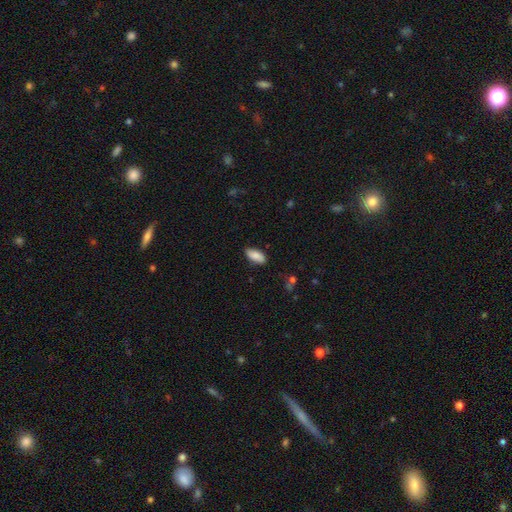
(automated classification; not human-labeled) The model was most divided on "merging": none: 84%, minor disturbance: 12%, major disturbance: 2%, merger: 1%. More confident: how rounded — in between (89%); smooth or featured — smooth (86%).